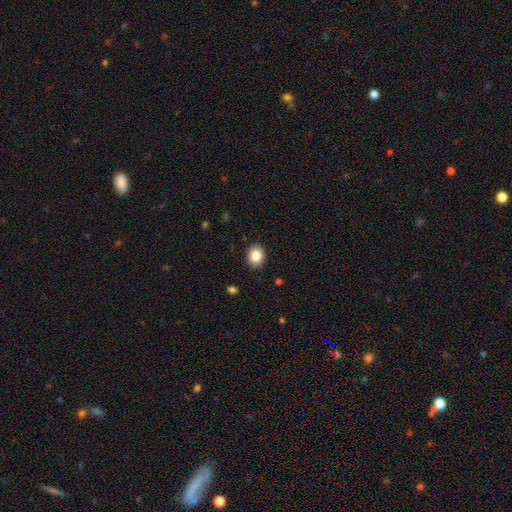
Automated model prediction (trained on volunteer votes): smooth 86%, star or artifact 8%, featured or disk 6%. Down the decision tree: how rounded — in between (52%); merging — none (88%).